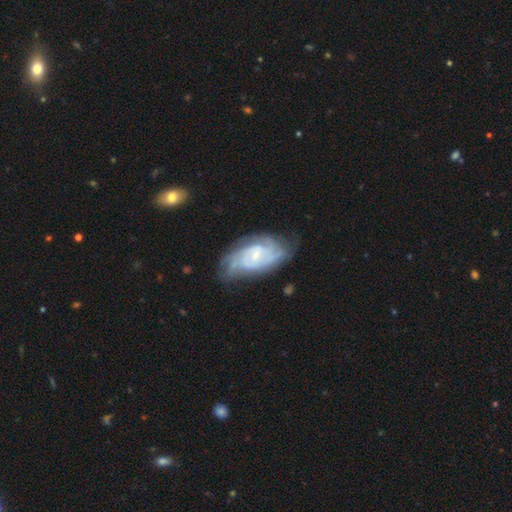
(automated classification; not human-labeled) A featured or disk galaxy (79%) with a weak bar (46%), tight (52%) spiral arms (92%) and a small central bulge (61%). Merging: none (61%).